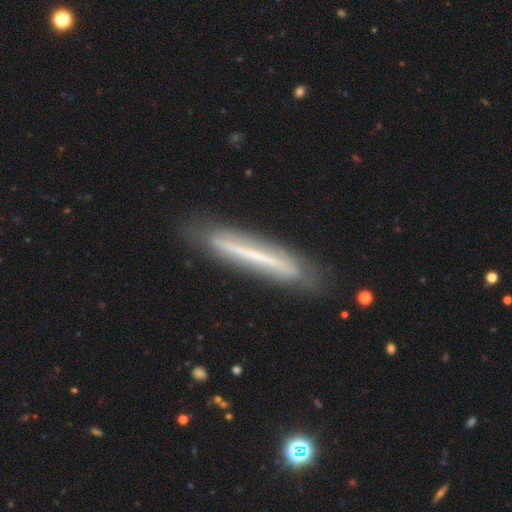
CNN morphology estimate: smooth_or_featured: featured or disk (p=0.58) [alt: smooth p=0.35]
disk_edge_on: yes (p=0.81) [alt: no p=0.19]
merging: none (p=0.78) [alt: minor disturbance p=0.15]